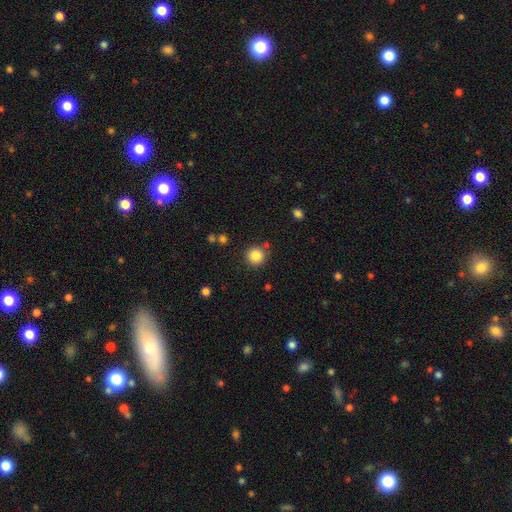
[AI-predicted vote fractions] A smooth galaxy with no disk features (85%) that is round (94%).

Vote fractions:
- Smooth or featured? smooth: 85% / star or artifact: 10% / featured or disk: 5%
- How rounded? round: 94% / in between: 5% / cigar-shaped: 1%
- Merging? none: 84% / minor disturbance: 8% / merger: 5% / major disturbance: 3%